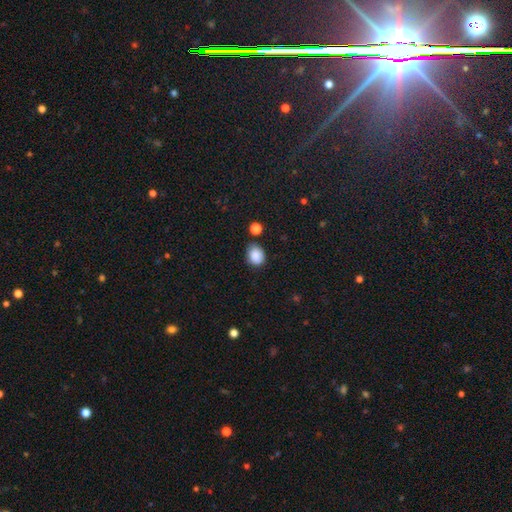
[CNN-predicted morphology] Smooth or featured?
  - smooth: 87% *
  - star or artifact: 9%
  - featured or disk: 4%
How rounded?
  - round: 54% *
  - in between: 45%
  - cigar-shaped: 1%
Merging?
  - none: 73% *
  - minor disturbance: 17%
  - merger: 6%
  - major disturbance: 4%